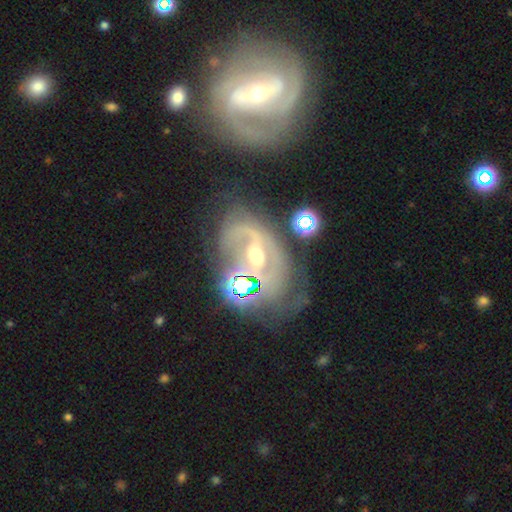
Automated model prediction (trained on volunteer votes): Smooth or featured? featured or disk (75%)
Edge-on disk? no (96%)
Bar? weak (35%)
Spiral arms? yes (71%)
Spiral winding? medium (41%)
Spiral arm count? 2 (57%)
Bulge size? moderate (67%)
Merging? none (41%)